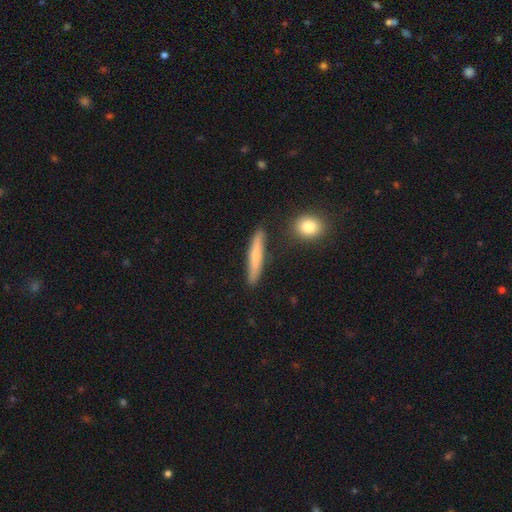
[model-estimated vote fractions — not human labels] smooth_or_featured: smooth (p=0.62) [alt: featured or disk p=0.31]
how_rounded: cigar-shaped (p=0.91) [alt: in between p=0.07]
merging: none (p=0.85) [alt: minor disturbance p=0.10]